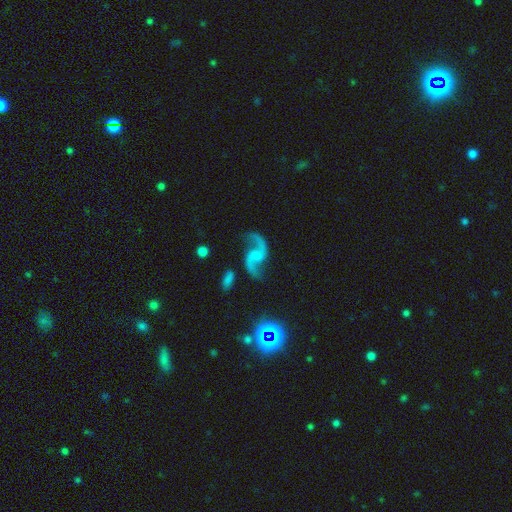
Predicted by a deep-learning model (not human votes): This appears to be a featured or disk galaxy (91%) with no bar (50%), 2 (94%) loose (80%) spiral arms (97%) and no central bulge (57%). Merging: none (75%).